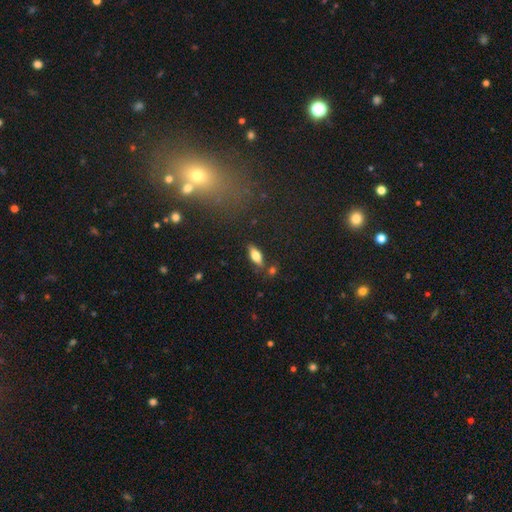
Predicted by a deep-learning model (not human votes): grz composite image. It shows a smooth galaxy with no disk features (70%) that is in between round and cigar-shaped (77%). Merging: none (79%).